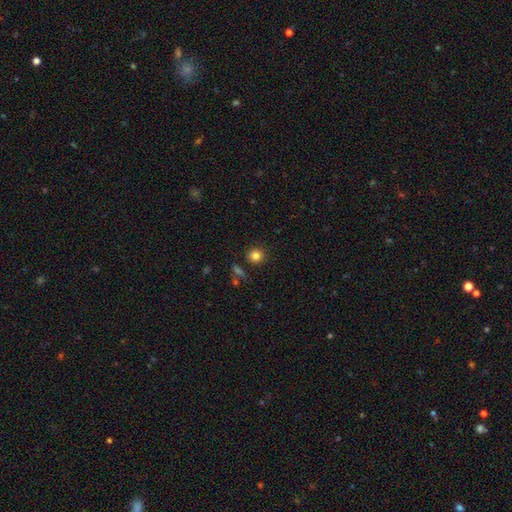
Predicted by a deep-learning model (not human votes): The model was most divided on "smooth or featured": smooth: 82%, star or artifact: 12%, featured or disk: 5%. More confident: how rounded — round (89%); merging — none (87%).